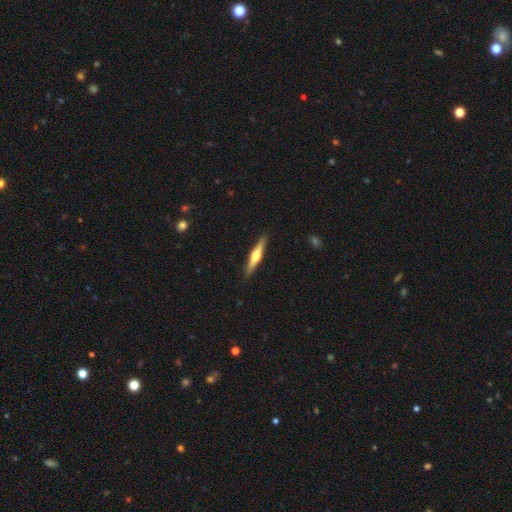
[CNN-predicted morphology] This is likely a featured or disk galaxy (65%). It is clearly viewed edge-on (97%). Edge-on bulge: clearly rounded (93%). Merging: clearly none (91%).